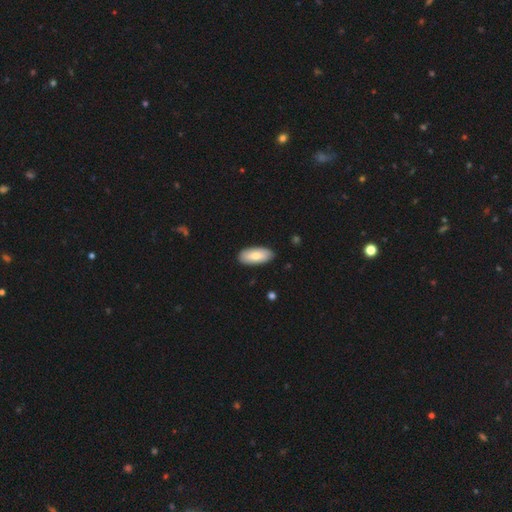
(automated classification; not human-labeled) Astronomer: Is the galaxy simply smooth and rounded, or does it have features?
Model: smooth — 76%.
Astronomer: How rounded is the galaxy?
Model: in between — 89%.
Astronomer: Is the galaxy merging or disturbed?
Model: none — 87%.